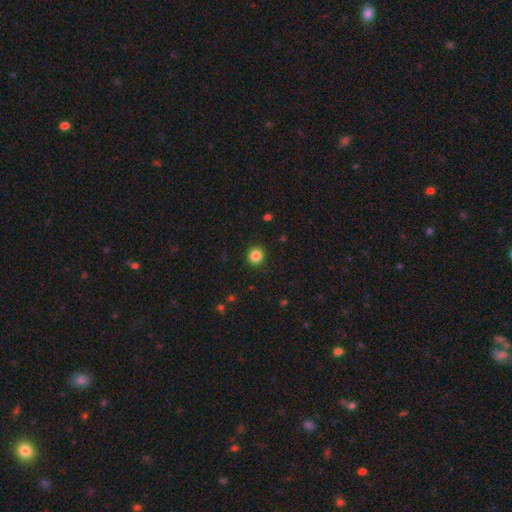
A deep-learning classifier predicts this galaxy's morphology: The model was most divided on "smooth or featured": smooth: 86%, star or artifact: 11%, featured or disk: 4%. More confident: merging — none (92%); how rounded — round (92%).